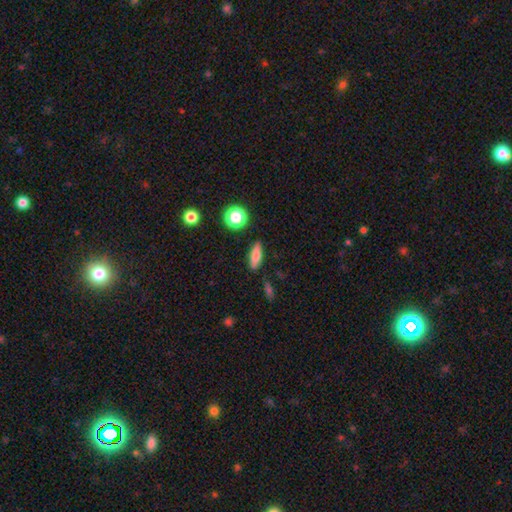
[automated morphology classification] smooth-or-featured: smooth: 76% | featured or disk: 15% | star or artifact: 9%
  how-rounded: in between: 50% | cigar-shaped: 43% | round: 7%
  merging: none: 86% | minor disturbance: 9% | major disturbance: 2% | merger: 2%